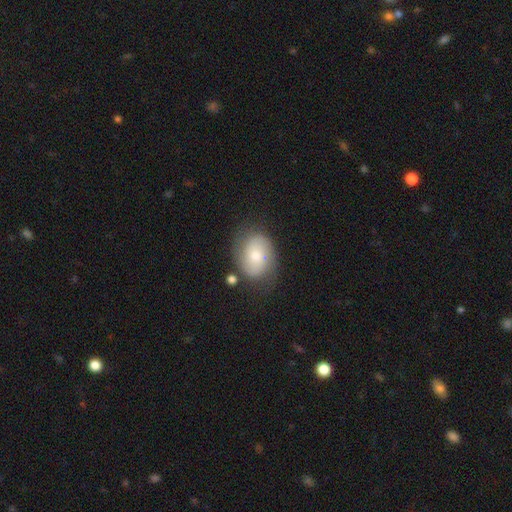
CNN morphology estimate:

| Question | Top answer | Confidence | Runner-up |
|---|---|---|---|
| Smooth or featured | smooth | 52% | featured or disk (41%) |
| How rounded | in between | 71% | round (28%) |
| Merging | none | 67% | minor disturbance (21%) |